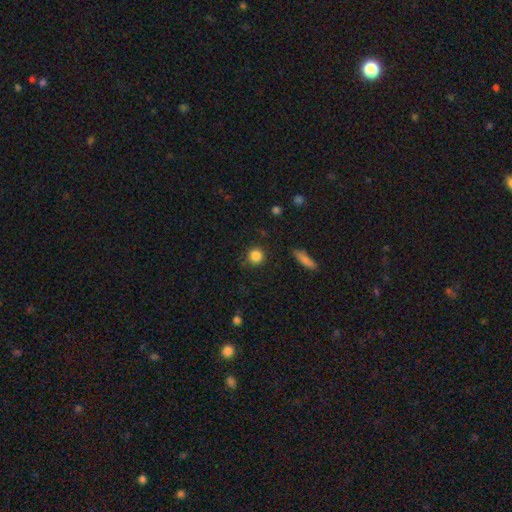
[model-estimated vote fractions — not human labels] Smooth or featured? smooth (85%)
How rounded? round (93%)
Merging? none (87%)